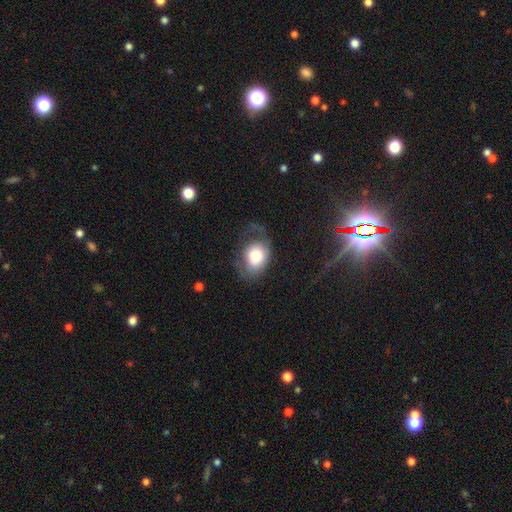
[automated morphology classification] Overall: smooth (72%). How rounded: in between (63%; round 36%). Merging: none (40%; major disturbance 30%).